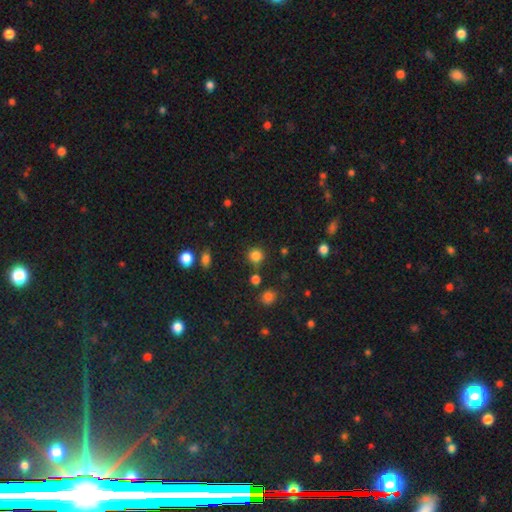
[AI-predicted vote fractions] This is clearly a smooth galaxy (83%). How rounded: clearly round (92%). Merging: clearly none (83%).